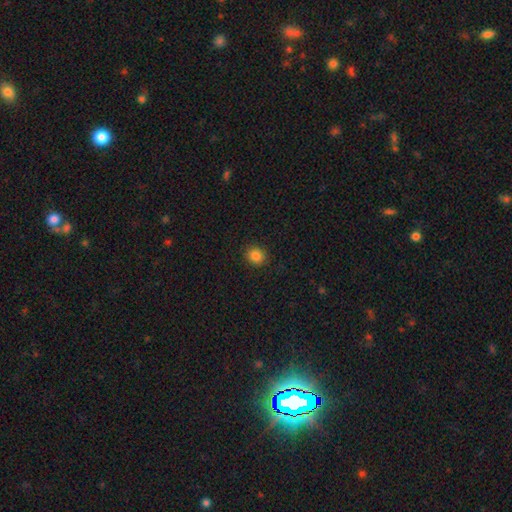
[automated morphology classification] smooth 84%, star or artifact 11%, featured or disk 5%. Down the decision tree: how rounded — round (76%); merging — none (91%).